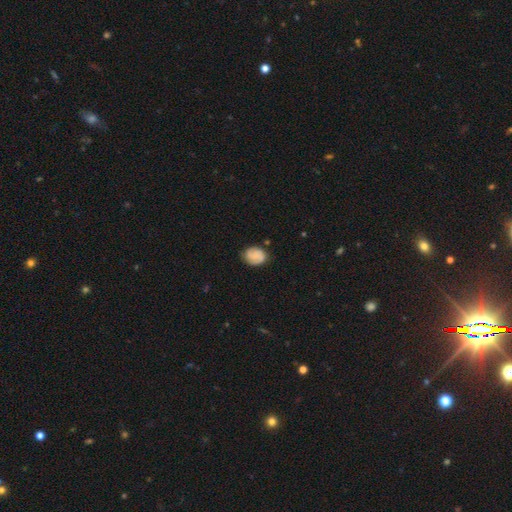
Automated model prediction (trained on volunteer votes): Smooth or featured? Predicted: smooth (p=0.50). Merging? Predicted: none (p=0.76).